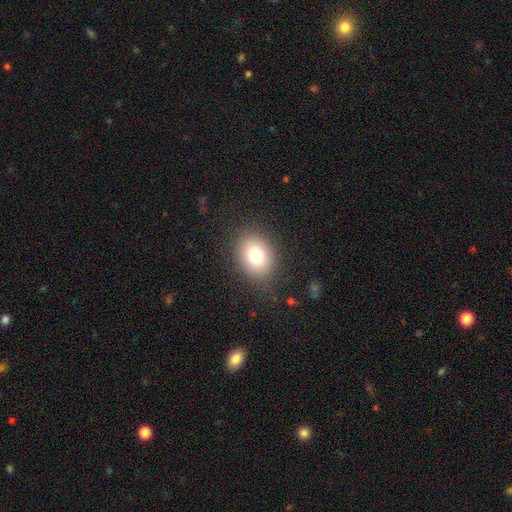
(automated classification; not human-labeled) Overall: smooth (77%). How rounded: in between (59%; round 40%). Merging: none (84%).